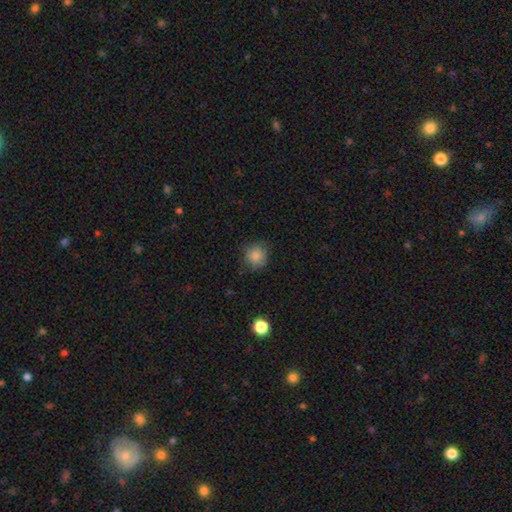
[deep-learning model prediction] This is clearly a smooth galaxy (86%). How rounded: clearly round (88%). Merging: clearly none (82%).